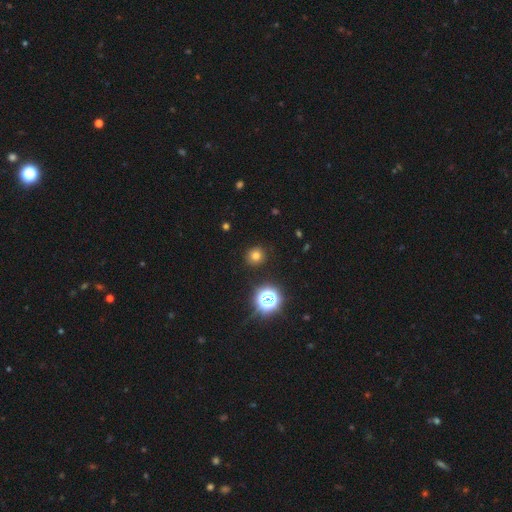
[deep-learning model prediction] smooth_or_featured: smooth (p=0.74) [alt: star or artifact p=0.20]
how_rounded: round (p=0.90) [alt: in between p=0.09]
merging: none (p=0.90) [alt: minor disturbance p=0.06]